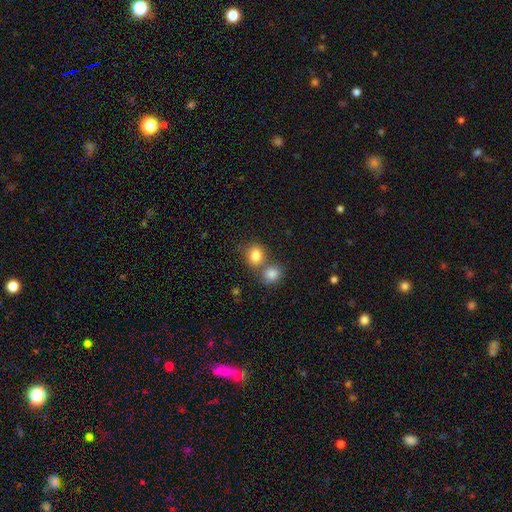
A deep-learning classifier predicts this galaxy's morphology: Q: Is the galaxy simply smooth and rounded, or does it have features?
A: smooth — 83%.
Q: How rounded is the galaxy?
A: round — 72%.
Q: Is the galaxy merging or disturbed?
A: none — 49%.